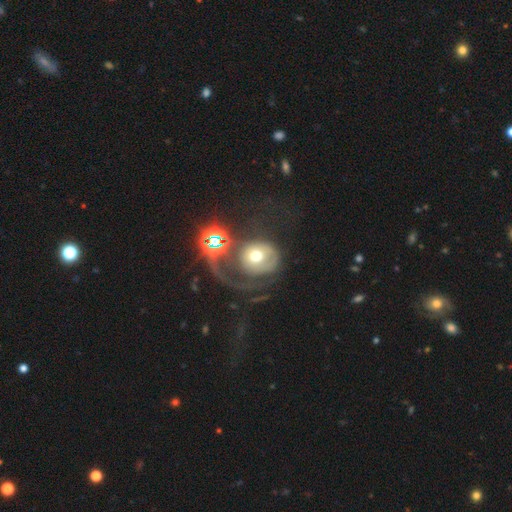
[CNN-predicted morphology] A smooth galaxy with no disk features (46%). Merging: major disturbance (51%).